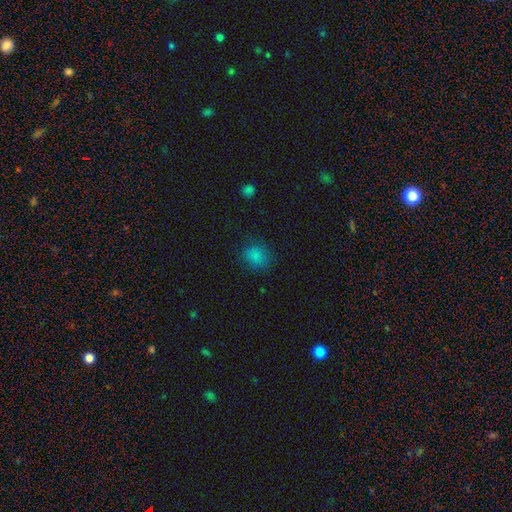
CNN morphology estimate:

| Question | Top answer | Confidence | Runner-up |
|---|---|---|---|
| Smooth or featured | smooth | 82% | star or artifact (14%) |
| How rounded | round | 72% | in between (27%) |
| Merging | none | 81% | minor disturbance (13%) |